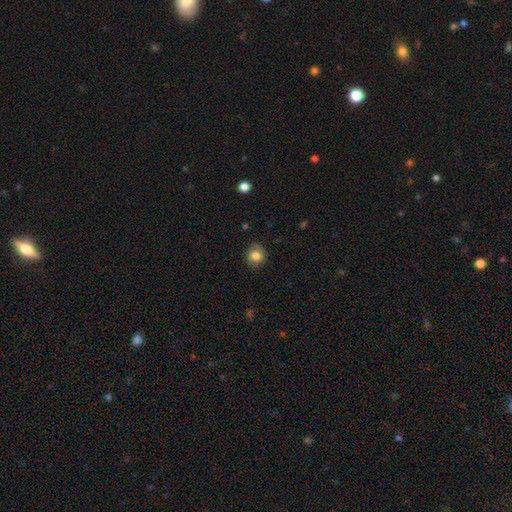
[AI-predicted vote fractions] Smooth or featured? smooth (81%)
How rounded? round (83%)
Merging? none (82%)